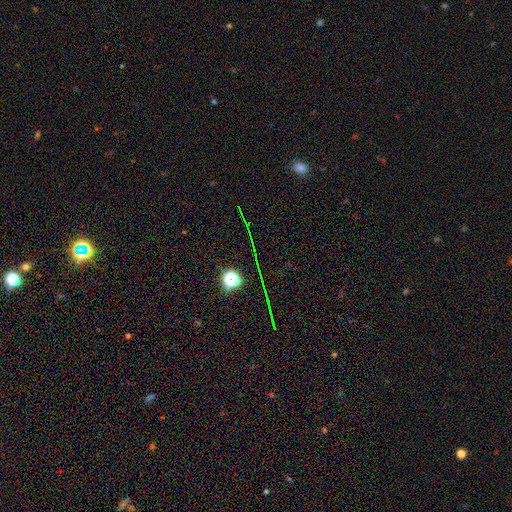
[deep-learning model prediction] Smooth or featured? star or artifact (76%)